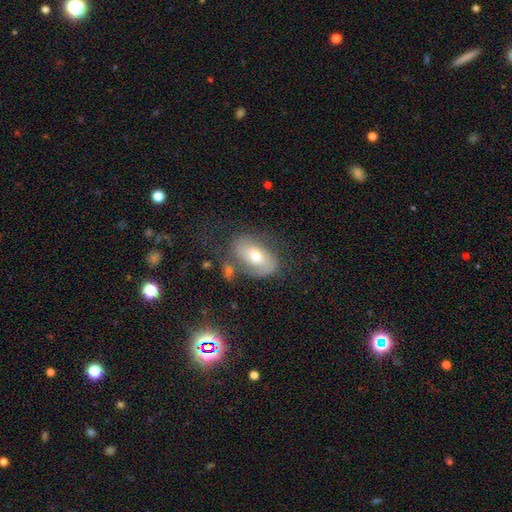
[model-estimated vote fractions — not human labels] This is possibly a featured or disk galaxy (47%). Merging: possibly none (57%).